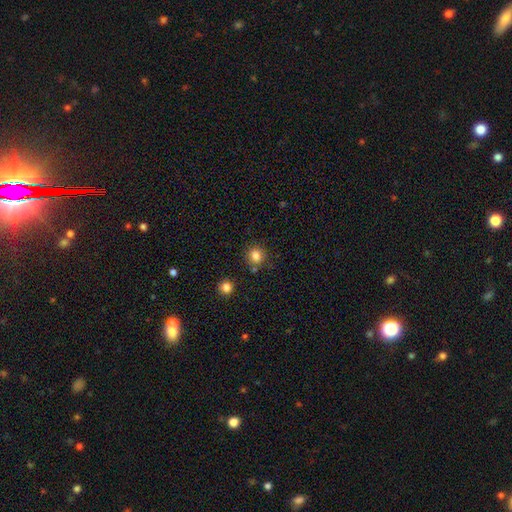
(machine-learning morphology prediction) Smooth or featured: smooth — 82% (star or artifact — 12%)
How rounded: round — 88% (in between — 11%)
Merging: none — 81% (minor disturbance — 9%)